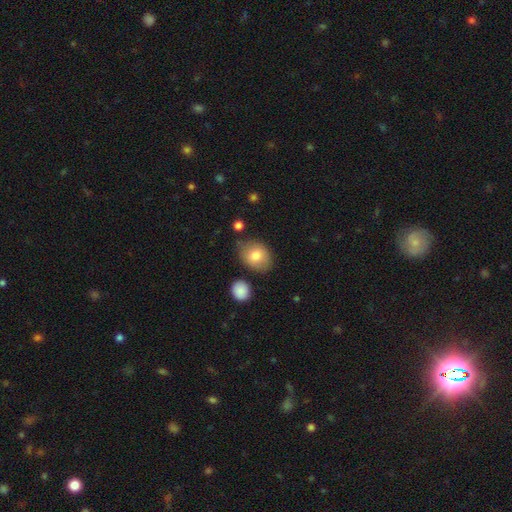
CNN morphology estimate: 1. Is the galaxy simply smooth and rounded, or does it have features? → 80% smooth, 13% featured or disk, 8% star or artifact.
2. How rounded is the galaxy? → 60% in between, 39% round, 1% cigar-shaped.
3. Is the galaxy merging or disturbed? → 72% none, 19% minor disturbance, 5% major disturbance, 4% merger.